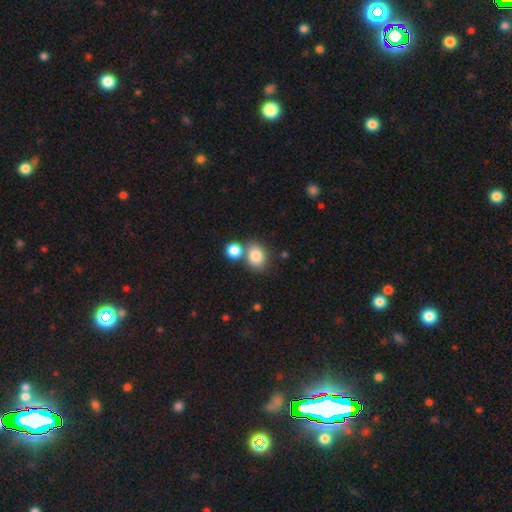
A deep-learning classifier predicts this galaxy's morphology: smooth_or_featured: smooth (p=0.83) [alt: star or artifact p=0.10]
how_rounded: in between (p=0.55) [alt: round p=0.43]
merging: none (p=0.57) [alt: merger p=0.29]